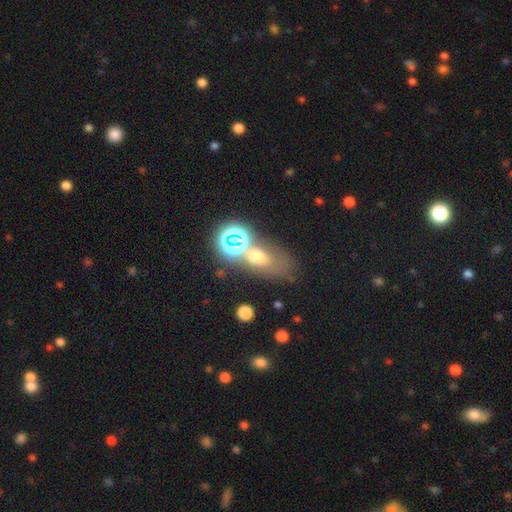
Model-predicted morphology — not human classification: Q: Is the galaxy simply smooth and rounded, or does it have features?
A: smooth — 54%.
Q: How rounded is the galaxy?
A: in between — 68%.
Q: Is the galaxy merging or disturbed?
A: none — 46%.